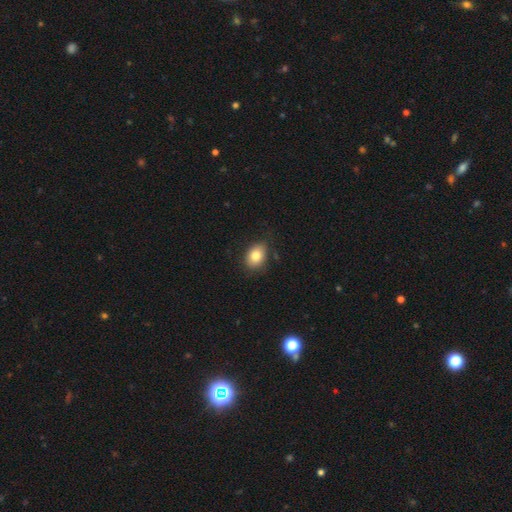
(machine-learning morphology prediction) Smooth or featured? Predicted: smooth (p=0.81). How rounded? Predicted: in between (p=0.69). Merging? Predicted: none (p=0.78).